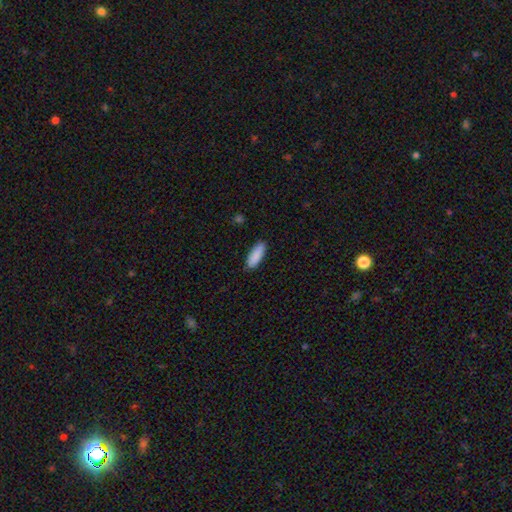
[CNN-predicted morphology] Smooth or featured: smooth — 89% (star or artifact — 6%)
How rounded: in between — 63% (cigar-shaped — 35%)
Merging: none — 86% (minor disturbance — 11%)